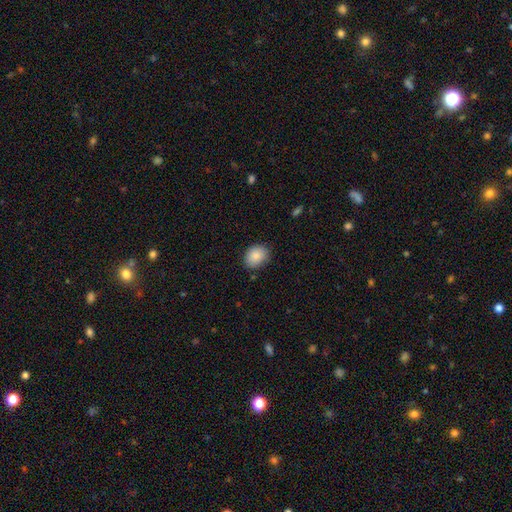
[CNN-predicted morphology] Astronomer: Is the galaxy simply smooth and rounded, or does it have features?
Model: smooth — 88%.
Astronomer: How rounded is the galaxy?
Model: in between — 54% (runner-up: round, 45%).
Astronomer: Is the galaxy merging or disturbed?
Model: none — 82%.